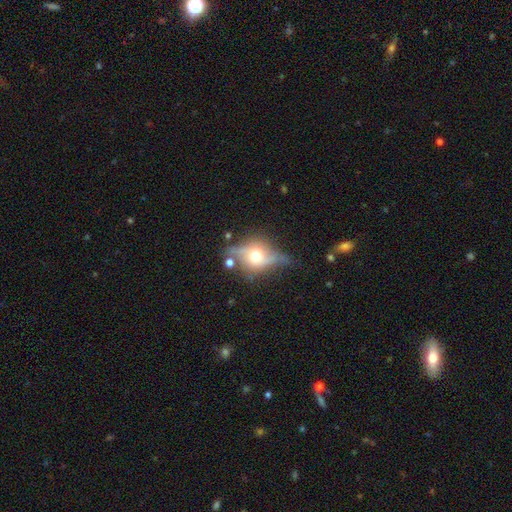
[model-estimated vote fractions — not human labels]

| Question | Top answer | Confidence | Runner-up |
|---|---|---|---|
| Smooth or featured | featured or disk | 68% | smooth (24%) |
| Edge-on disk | yes | 62% | no (38%) |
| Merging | none | 59% | minor disturbance (24%) |